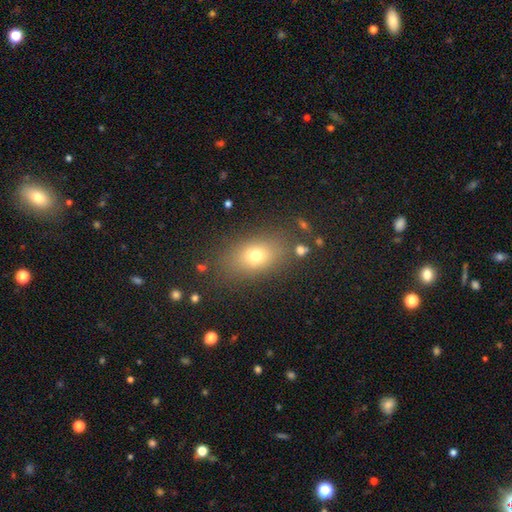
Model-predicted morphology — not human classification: type=smooth (72%); roundness=in between (76%); merging=none (80%).